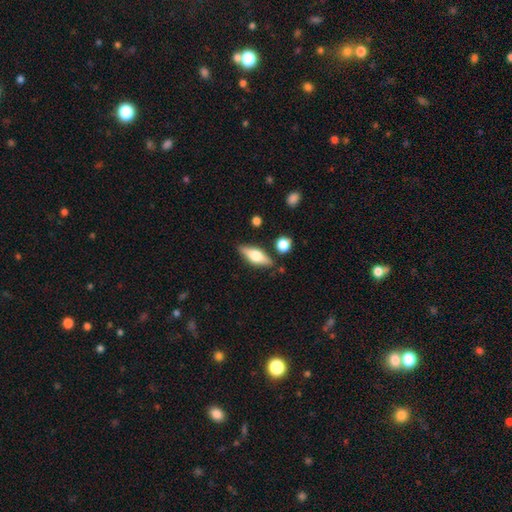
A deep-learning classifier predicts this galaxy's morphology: Smooth or featured? Predicted: featured or disk (p=0.49). Merging? Predicted: none (p=0.83).